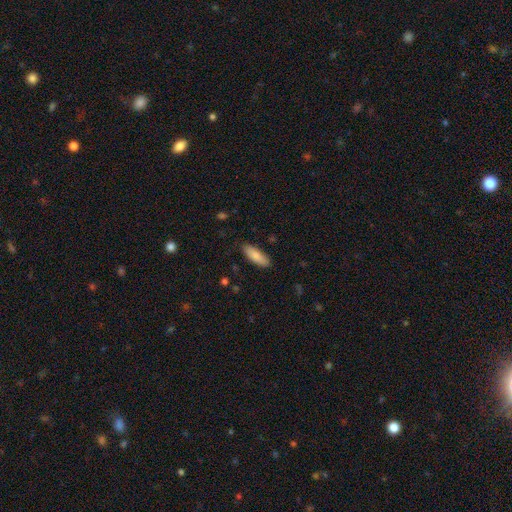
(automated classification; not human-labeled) This appears to be a smooth galaxy with no disk features (85%) that is in between round and cigar-shaped (60%). Merging: none (86%).